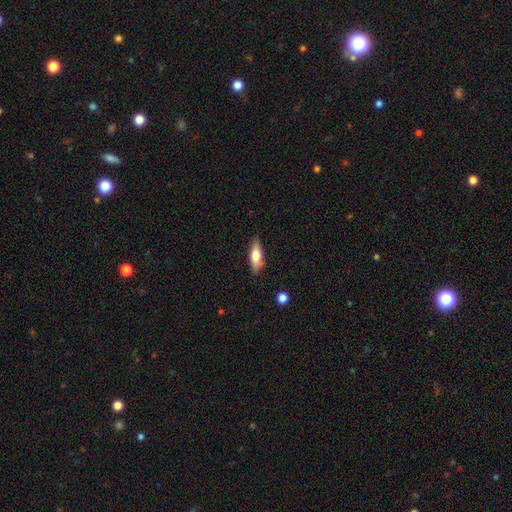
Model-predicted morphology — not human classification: The model was most divided on "how rounded": in between: 59%, cigar-shaped: 38%, round: 3%. More confident: merging — none (79%); smooth or featured — smooth (65%).